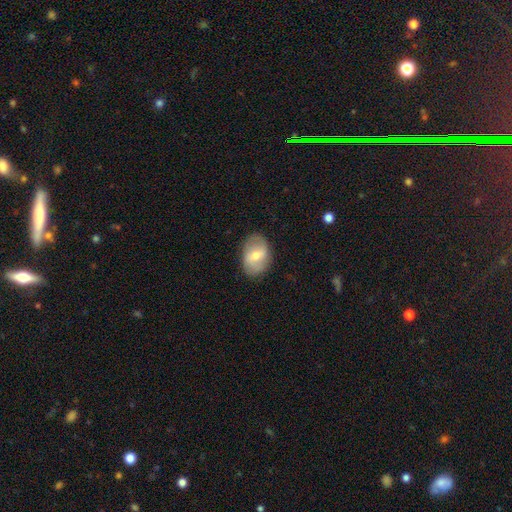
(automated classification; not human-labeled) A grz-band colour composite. It shows a smooth galaxy with no disk features (55%) that is in between round and cigar-shaped (81%). Merging: none (82%).